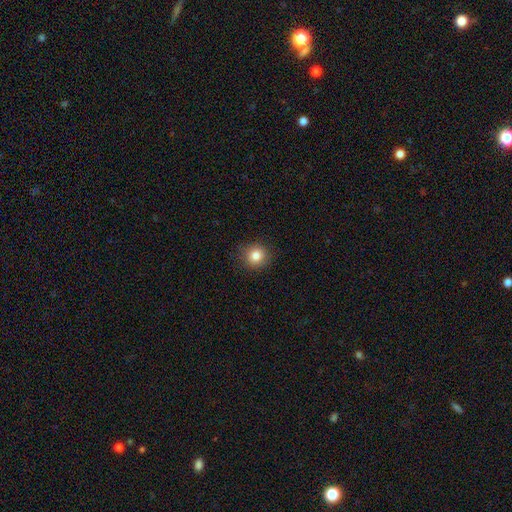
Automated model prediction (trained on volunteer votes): The model was most divided on "smooth or featured": smooth: 83%, star or artifact: 11%, featured or disk: 7%. More confident: how rounded — round (89%); merging — none (88%).